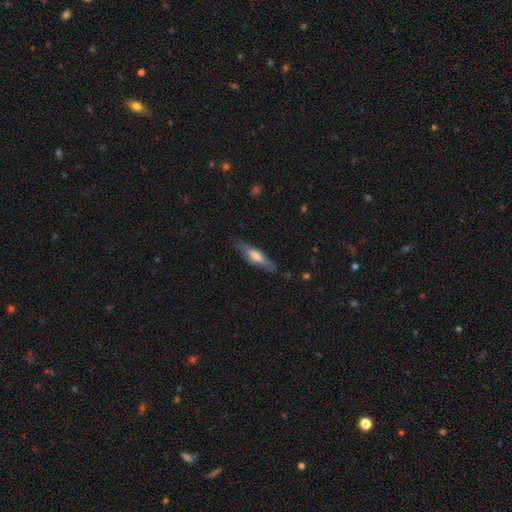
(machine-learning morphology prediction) A smooth galaxy with no disk features (56%) that is cigar-shaped (73%).

Vote fractions:
- Smooth or featured? smooth: 56% / featured or disk: 38% / star or artifact: 6%
- How rounded? cigar-shaped: 73% / in between: 26% / round: 2%
- Merging? none: 81% / minor disturbance: 15% / major disturbance: 4% / merger: 1%